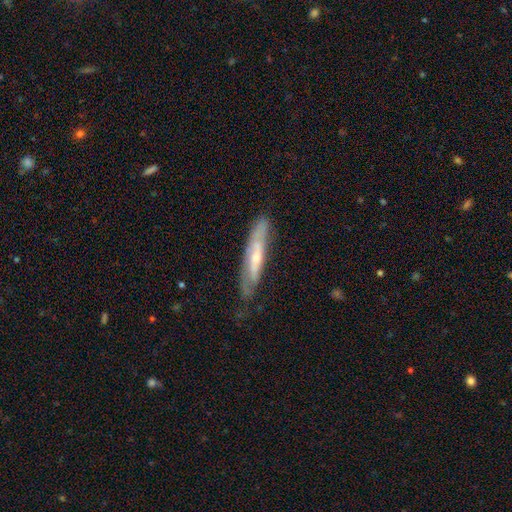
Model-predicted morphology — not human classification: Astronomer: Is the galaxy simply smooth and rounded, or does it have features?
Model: featured or disk — 63%.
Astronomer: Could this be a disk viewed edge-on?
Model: yes — 59% (runner-up: no, 41%).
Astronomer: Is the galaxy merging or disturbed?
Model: none — 64%.